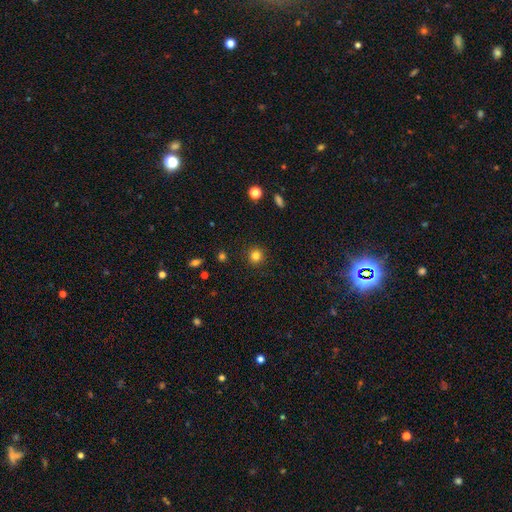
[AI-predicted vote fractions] This is clearly a smooth galaxy (82%). How rounded: clearly round (92%). Merging: clearly none (91%).